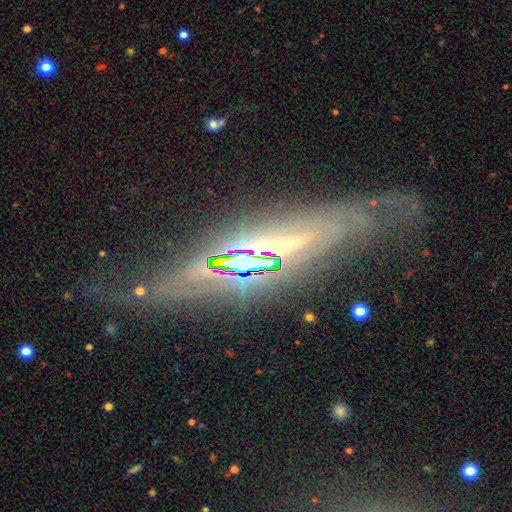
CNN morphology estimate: featured or disk 69%, star or artifact 17%, smooth 13%. Down the decision tree: edge-on disk — yes (72%); merging — none (64%).